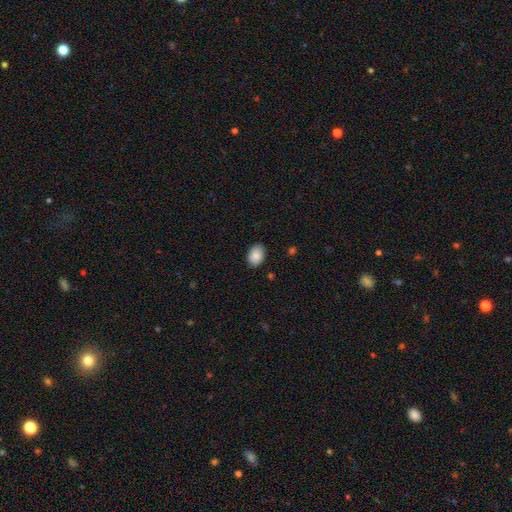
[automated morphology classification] A smooth galaxy with no disk features (87%) that is in between round and cigar-shaped (80%). Merging: none (87%).